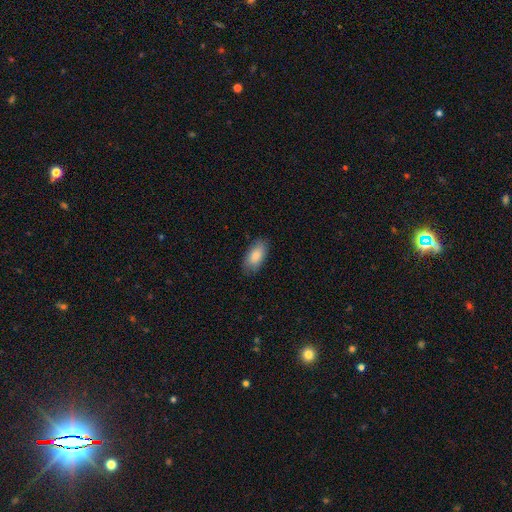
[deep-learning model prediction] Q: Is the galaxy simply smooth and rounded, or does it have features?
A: smooth — 86%.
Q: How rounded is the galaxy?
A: in between — 92%.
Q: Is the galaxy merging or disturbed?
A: none — 81%.